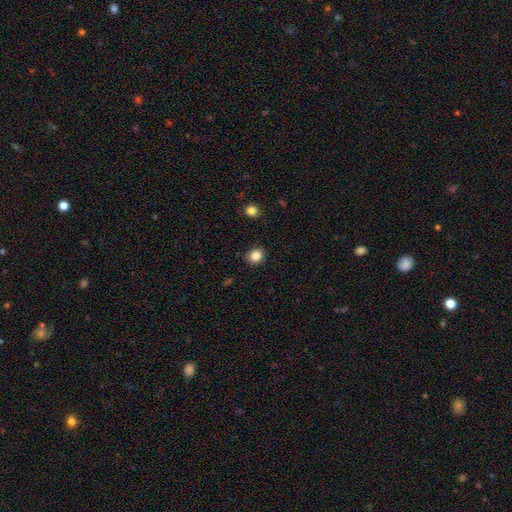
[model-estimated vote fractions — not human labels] This is clearly a smooth galaxy (85%). How rounded: likely round (77%). Merging: clearly none (88%).